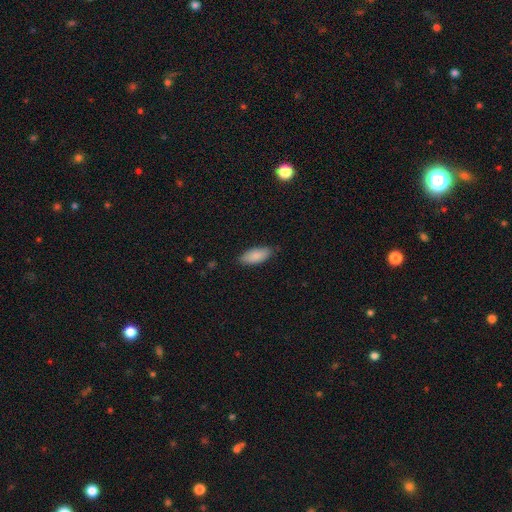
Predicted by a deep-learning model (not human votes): This appears to be a smooth galaxy with no disk features (87%) that is in between round and cigar-shaped (84%). Merging: none (80%).